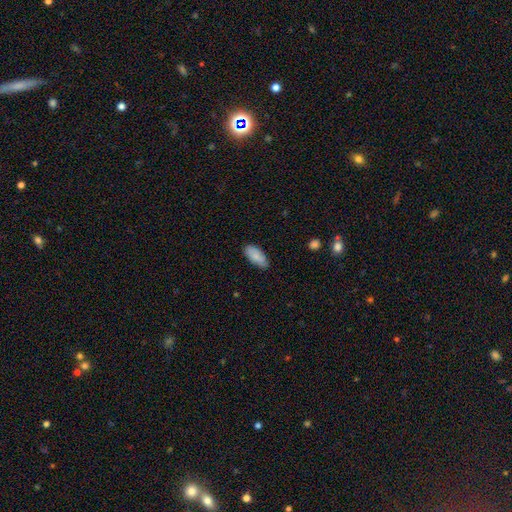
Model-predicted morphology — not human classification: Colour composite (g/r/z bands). It shows a smooth galaxy with no disk features (85%) that is in between round and cigar-shaped (89%). Merging: none (80%).